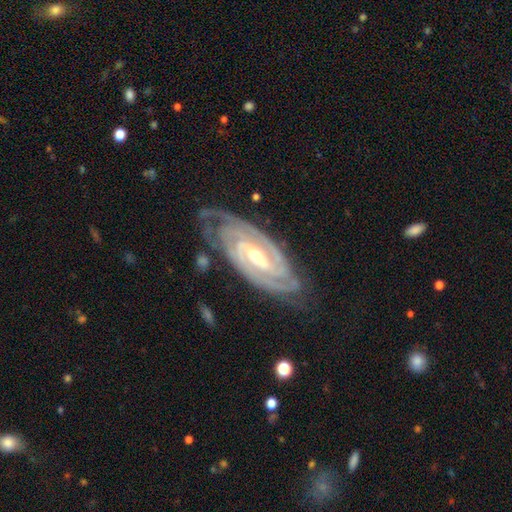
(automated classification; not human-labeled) smooth-or-featured: featured or disk: 93% | star or artifact: 4% | smooth: 3%
  disk-edge-on: no: 95% | yes: 5%
    bar: strong: 40% | weak: 39% | no: 20%
    has-spiral-arms: yes: 99% | no: 1%
      spiral-winding: tight: 79% | medium: 18% | loose: 2%
      spiral-arm-count: 2: 42% | 3: 25% | 4: 12% | can't tell: 12% | more than 4: 5% | 1: 4%
    bulge-size: small: 50% | moderate: 47% | large: 1% | none: 1% | dominant: 1%
  merging: none: 74% | minor disturbance: 19% | major disturbance: 5% | merger: 2%